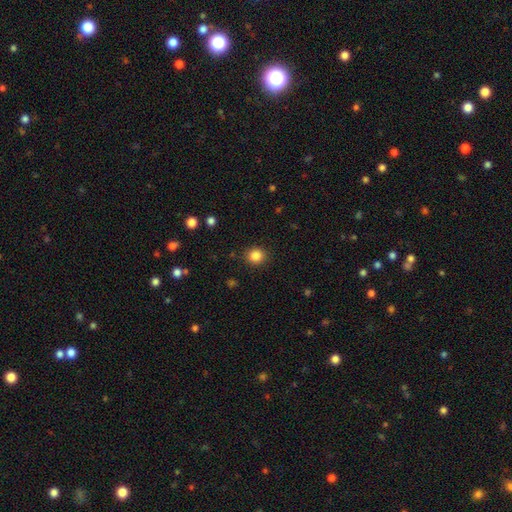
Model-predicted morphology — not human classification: This is clearly a smooth galaxy (85%). How rounded: clearly round (83%). Merging: clearly none (90%).